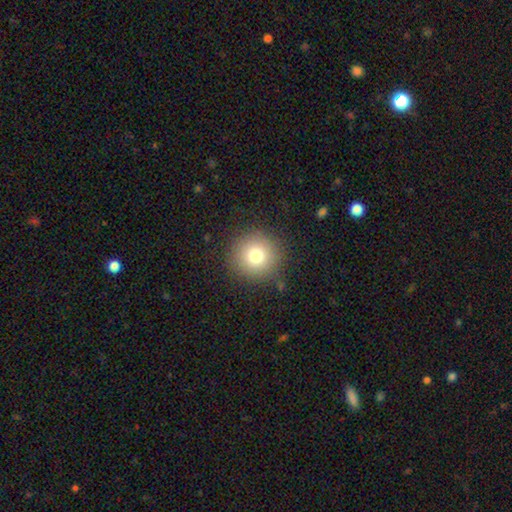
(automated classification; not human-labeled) Q: Smooth or featured?
A: smooth (77%); runner-up: star or artifact (13%)
Q: How rounded?
A: round (95%); runner-up: in between (4%)
Q: Merging?
A: none (87%); runner-up: minor disturbance (8%)